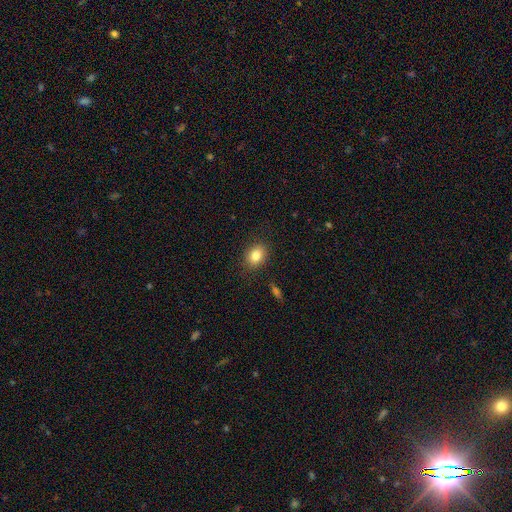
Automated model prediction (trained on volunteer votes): smooth_or_featured: smooth (p=0.83) [alt: star or artifact p=0.09]
how_rounded: in between (p=0.57) [alt: round p=0.42]
merging: none (p=0.86) [alt: minor disturbance p=0.10]